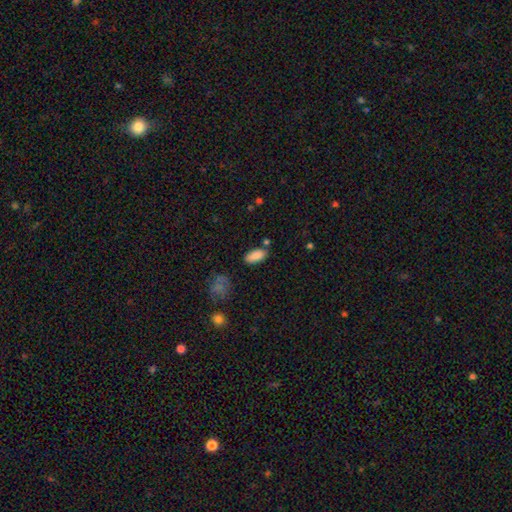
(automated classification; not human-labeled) A smooth galaxy with no disk features (88%) that is in between round and cigar-shaped (88%).

Vote fractions:
- Smooth or featured? smooth: 88% / star or artifact: 7% / featured or disk: 5%
- How rounded? in between: 88% / cigar-shaped: 10% / round: 2%
- Merging? none: 78% / minor disturbance: 13% / merger: 6% / major disturbance: 3%